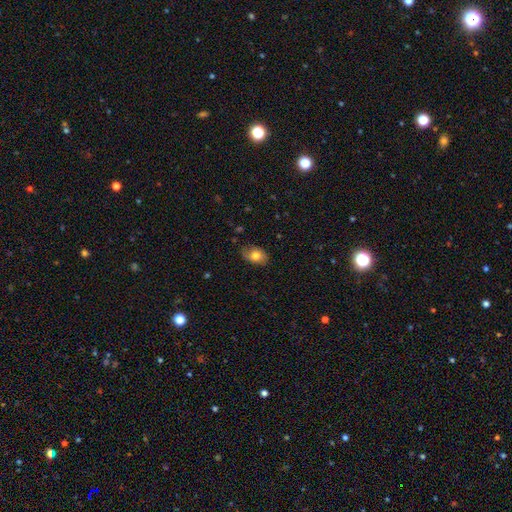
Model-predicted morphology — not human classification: type=smooth (77%); roundness=in between (85%); merging=none (78%).